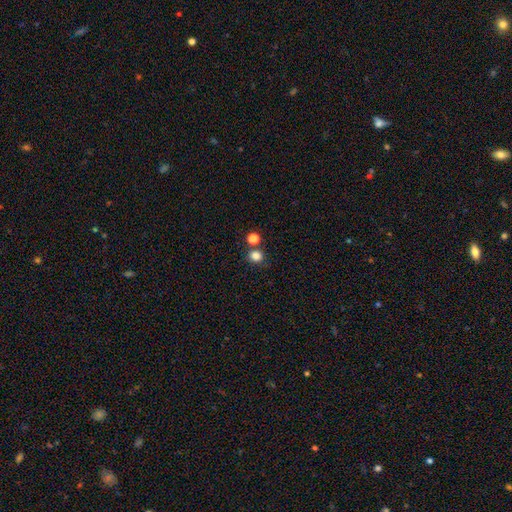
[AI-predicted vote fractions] Smooth or featured? smooth (82%)
How rounded? round (80%)
Merging? none (72%)